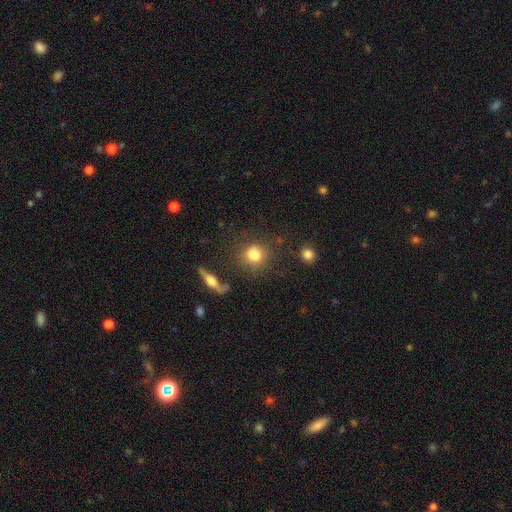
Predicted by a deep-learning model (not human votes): A smooth galaxy with no disk features (79%) that is round (73%). Merging: none (69%).